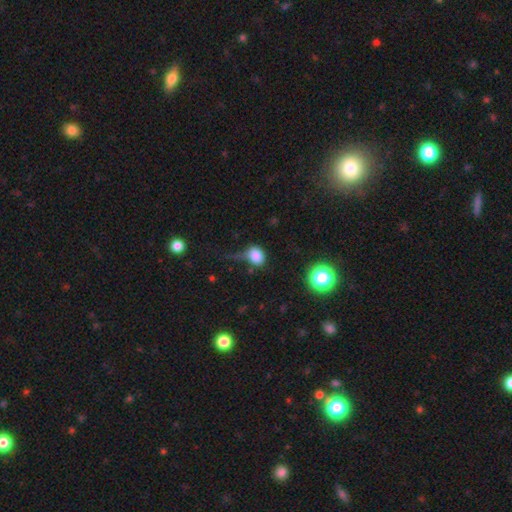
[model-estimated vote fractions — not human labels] This is clearly a smooth galaxy (80%). How rounded: possibly round (58%). Merging: marginally none (42%).